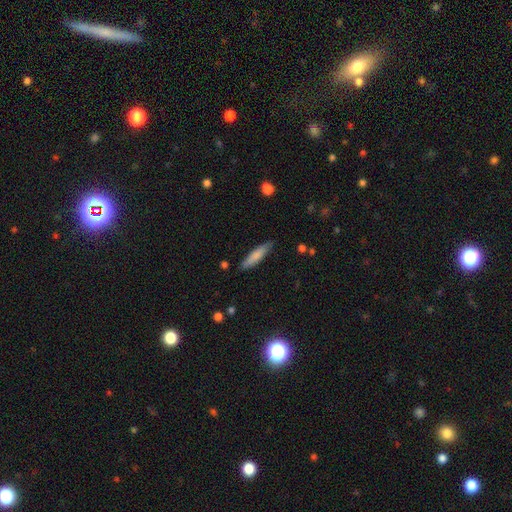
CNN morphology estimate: This is likely a smooth galaxy (75%). How rounded: clearly cigar-shaped (82%). Merging: clearly none (84%).